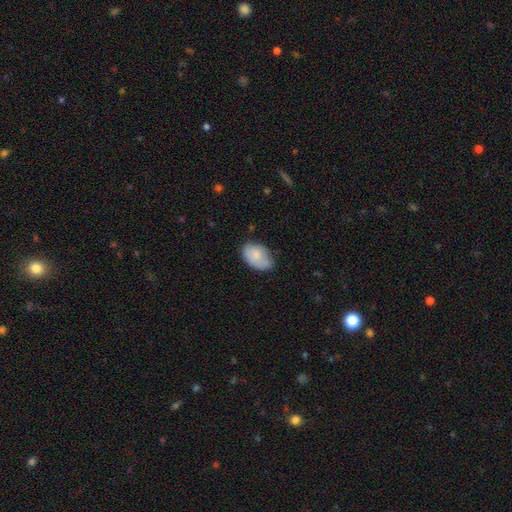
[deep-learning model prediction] smooth-or-featured: smooth: 78% | featured or disk: 16% | star or artifact: 7%
  how-rounded: in between: 88% | round: 11% | cigar-shaped: 1%
  merging: none: 63% | minor disturbance: 29% | major disturbance: 6% | merger: 2%